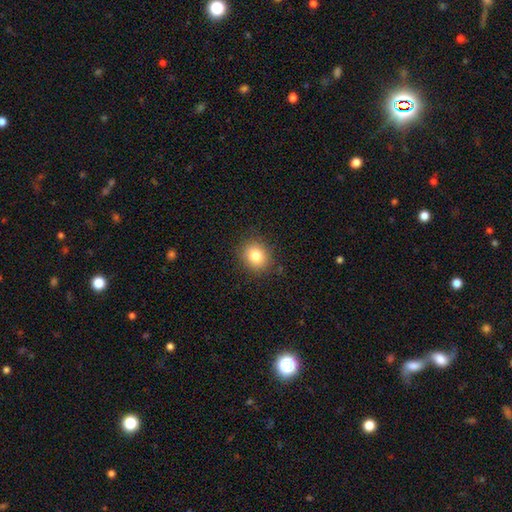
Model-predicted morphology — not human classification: This appears to be a smooth galaxy with no disk features (81%) that is round (74%). Merging: none (88%).